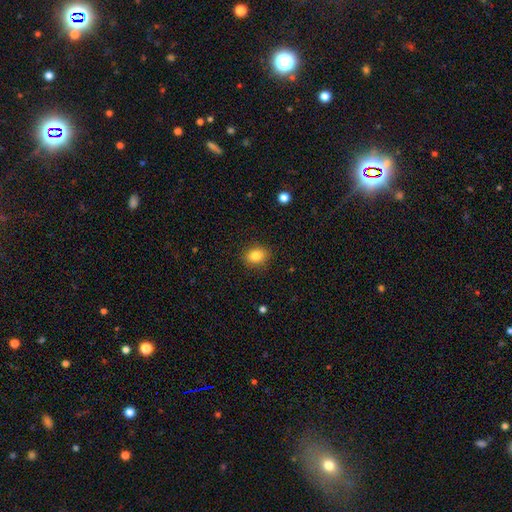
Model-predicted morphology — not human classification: Overall: smooth (83%). How rounded: in between (52%; round 47%). Merging: none (88%).